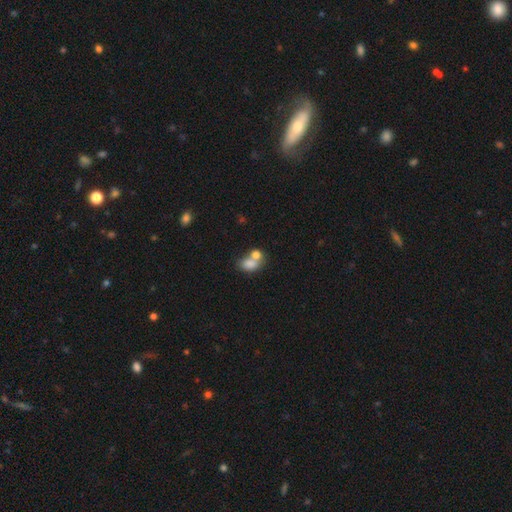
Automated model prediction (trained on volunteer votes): Overall: smooth (78%). How rounded: in between (69%; round 30%). Merging: merger (61%; none 26%).